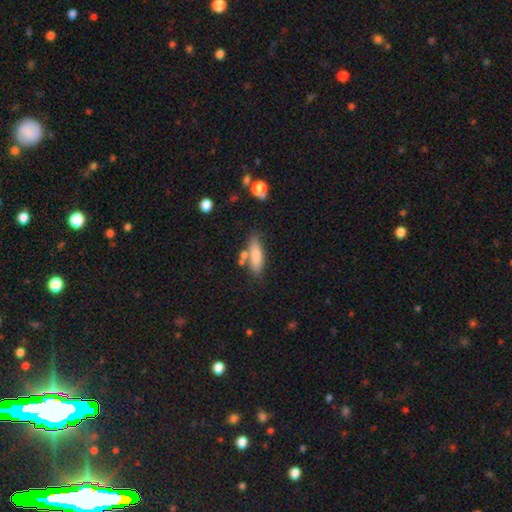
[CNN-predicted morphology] smooth 79%, featured or disk 14%, star or artifact 7%. Down the decision tree: how rounded — in between (51%); merging — none (63%).